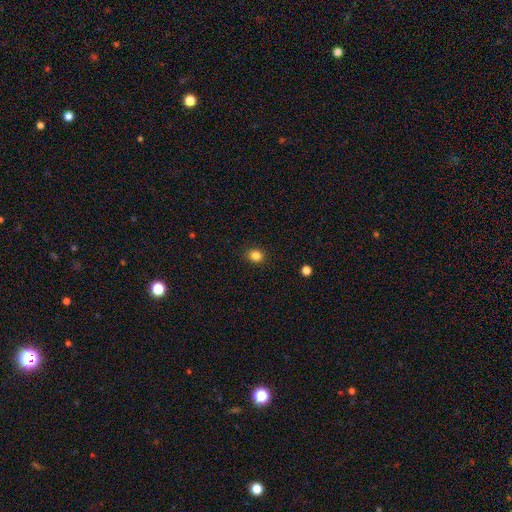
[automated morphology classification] This is clearly a smooth galaxy (84%). How rounded: likely round (71%). Merging: clearly none (89%).